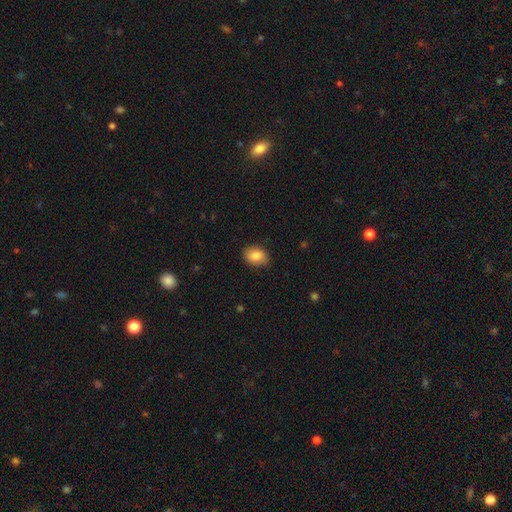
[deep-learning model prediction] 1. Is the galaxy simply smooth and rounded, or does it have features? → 84% smooth, 8% featured or disk, 8% star or artifact.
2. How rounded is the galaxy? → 74% in between, 25% round, 1% cigar-shaped.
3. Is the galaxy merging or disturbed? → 86% none, 10% minor disturbance, 2% major disturbance, 1% merger.